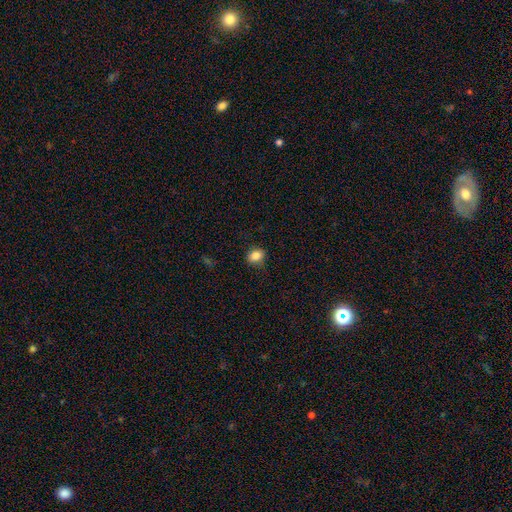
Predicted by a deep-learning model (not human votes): Smooth or featured? Predicted: smooth (p=0.85). How rounded? Predicted: round (p=0.54). Merging? Predicted: none (p=0.83).